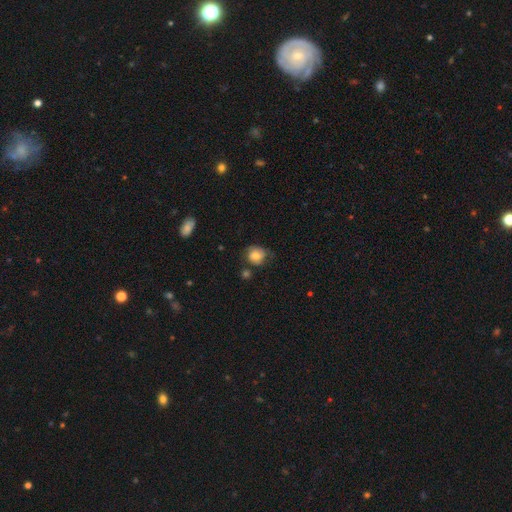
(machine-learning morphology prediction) smooth 70%, featured or disk 21%, star or artifact 9%. Down the decision tree: how rounded — round (72%); merging — none (55%).